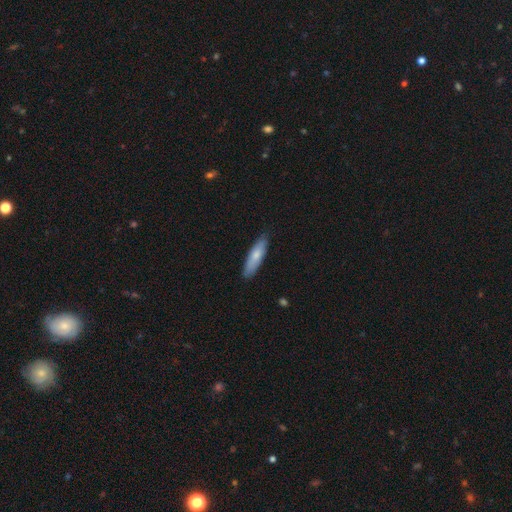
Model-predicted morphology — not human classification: Smooth or featured?
  - smooth: 74% *
  - featured or disk: 21%
  - star or artifact: 5%
How rounded?
  - cigar-shaped: 63% *
  - in between: 35%
  - round: 2%
Merging?
  - none: 84% *
  - minor disturbance: 13%
  - major disturbance: 2%
  - merger: 1%